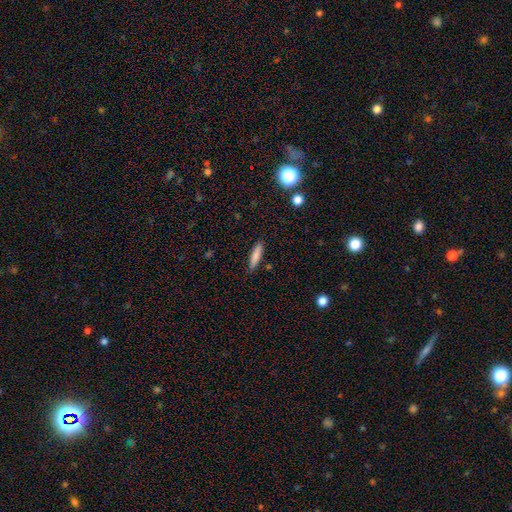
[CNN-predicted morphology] The model was most divided on "how rounded": cigar-shaped: 75%, in between: 23%, round: 2%. More confident: merging — none (85%); smooth or featured — smooth (81%).